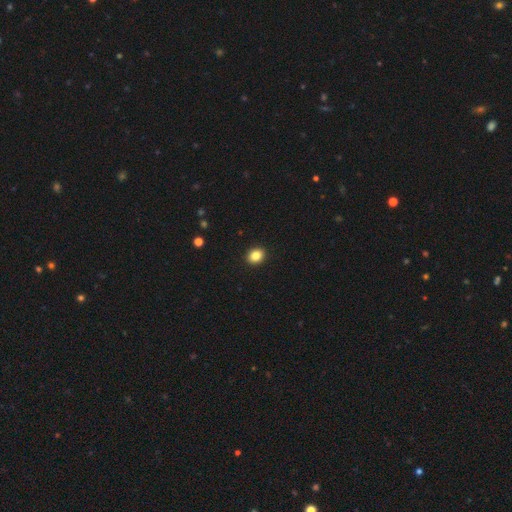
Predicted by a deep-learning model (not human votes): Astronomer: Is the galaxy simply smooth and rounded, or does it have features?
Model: smooth — 85%.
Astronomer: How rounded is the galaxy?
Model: round — 57% (runner-up: in between, 42%).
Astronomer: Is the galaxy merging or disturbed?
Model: none — 92%.